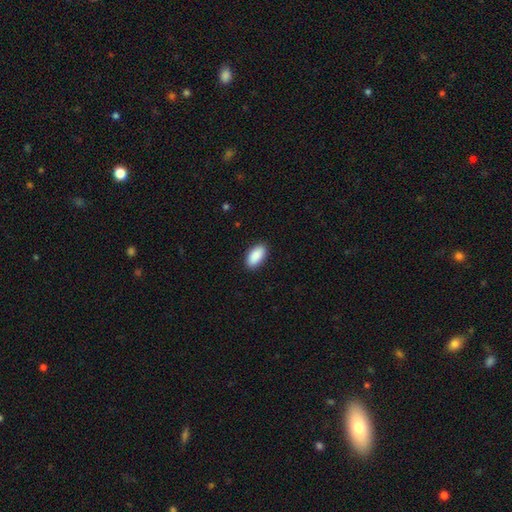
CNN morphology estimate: smooth_or_featured: smooth (p=0.90) [alt: star or artifact p=0.06]
how_rounded: in between (p=0.94) [alt: cigar-shaped p=0.04]
merging: none (p=0.90) [alt: minor disturbance p=0.08]